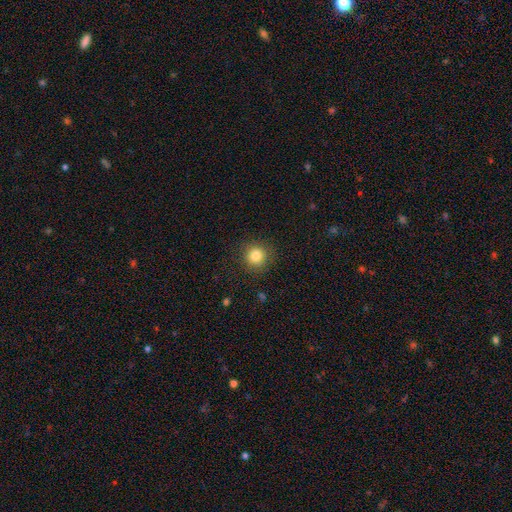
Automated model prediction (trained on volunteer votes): A smooth galaxy with no disk features (83%) that is round (92%). Merging: none (88%).